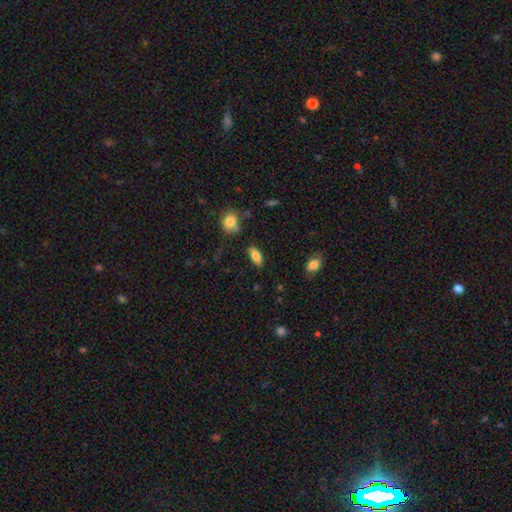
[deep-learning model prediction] Q: Smooth or featured?
A: smooth (80%); runner-up: featured or disk (12%)
Q: How rounded?
A: in between (83%); runner-up: cigar-shaped (14%)
Q: Merging?
A: none (78%); runner-up: minor disturbance (15%)